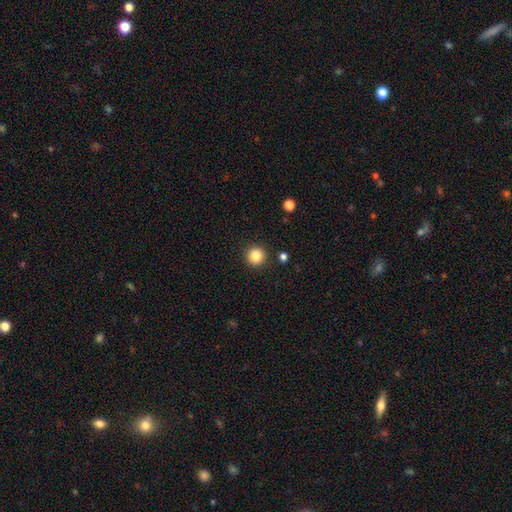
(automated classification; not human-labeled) smooth_or_featured: smooth (p=0.85) [alt: star or artifact p=0.10]
how_rounded: round (p=0.95) [alt: in between p=0.04]
merging: none (p=0.91) [alt: minor disturbance p=0.05]